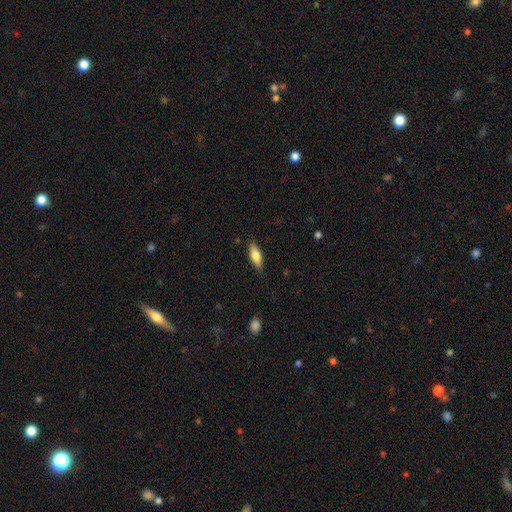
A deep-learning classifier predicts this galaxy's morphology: A smooth galaxy with no disk features (67%) that is in between round and cigar-shaped (60%).

Vote fractions:
- Smooth or featured? smooth: 67% / featured or disk: 27% / star or artifact: 6%
- How rounded? in between: 60% / cigar-shaped: 37% / round: 3%
- Merging? none: 86% / minor disturbance: 10% / major disturbance: 2% / merger: 1%